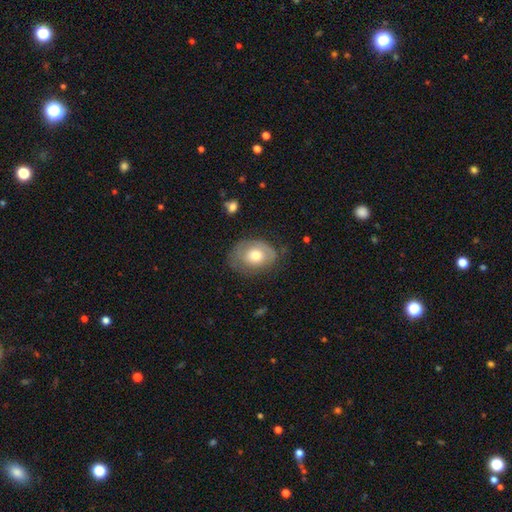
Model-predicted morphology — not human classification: A smooth galaxy with no disk features (58%) that is in between round and cigar-shaped (63%). Merging: none (58%).